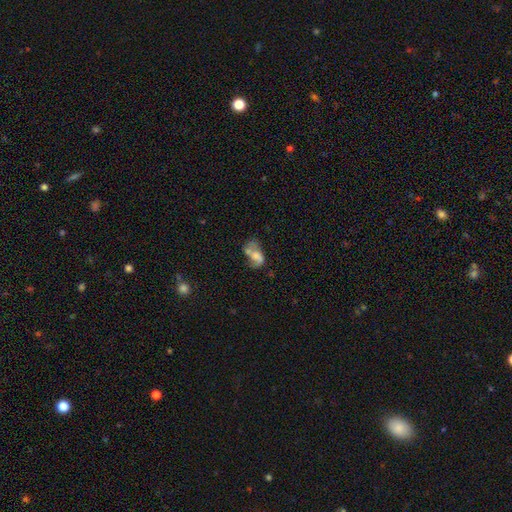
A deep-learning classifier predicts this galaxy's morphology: This appears to be a featured or disk galaxy (48%). Merging: merger (30%).